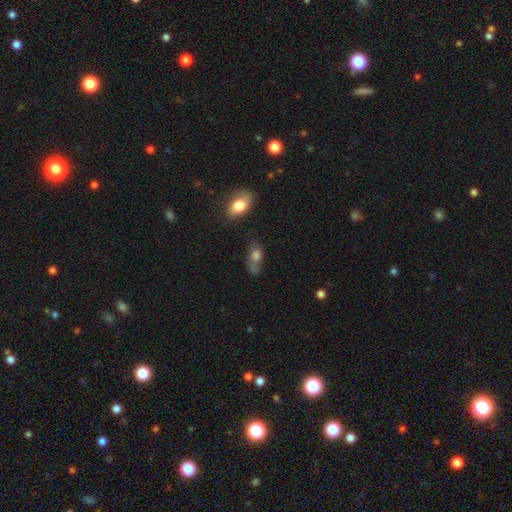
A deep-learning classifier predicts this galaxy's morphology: type=smooth (68%); roundness=in between (68%); merging=none (39%).